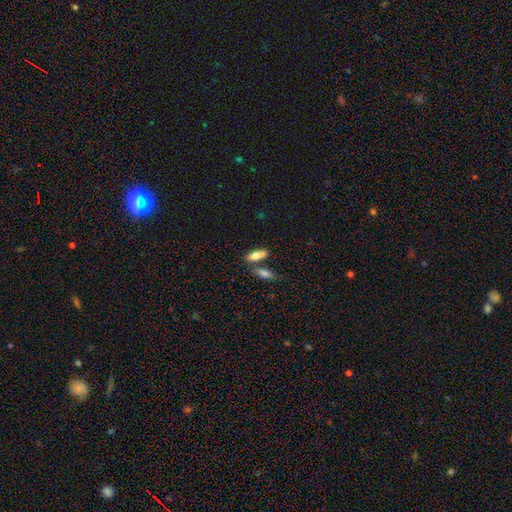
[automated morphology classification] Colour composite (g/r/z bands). It shows a smooth galaxy with no disk features (75%) that is in between round and cigar-shaped (71%). Merging: none (52%).